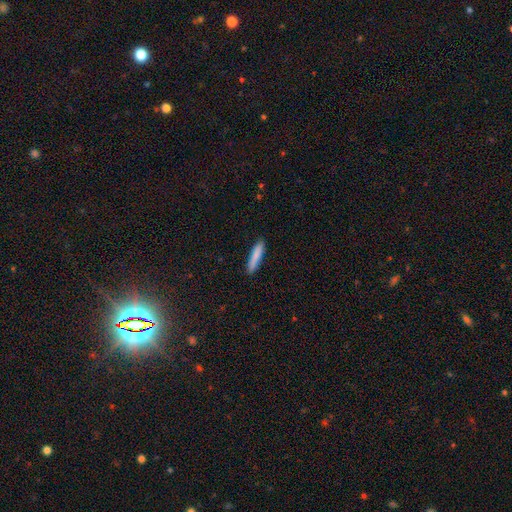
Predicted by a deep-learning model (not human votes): smooth 85%, featured or disk 9%, star or artifact 6%. Down the decision tree: how rounded — cigar-shaped (90%); merging — none (89%).